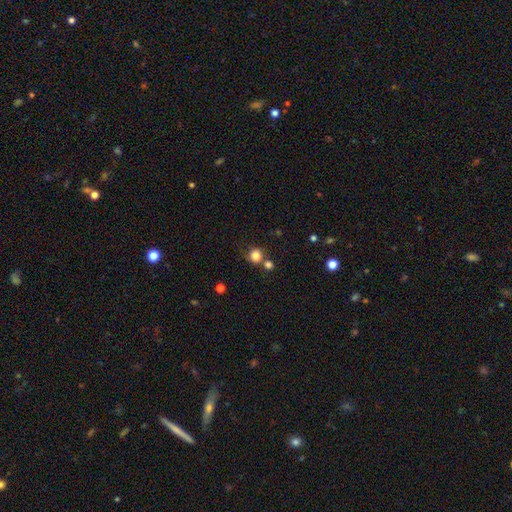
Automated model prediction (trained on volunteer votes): This is clearly a smooth galaxy (82%). How rounded: clearly round (90%). Merging: likely none (63%).